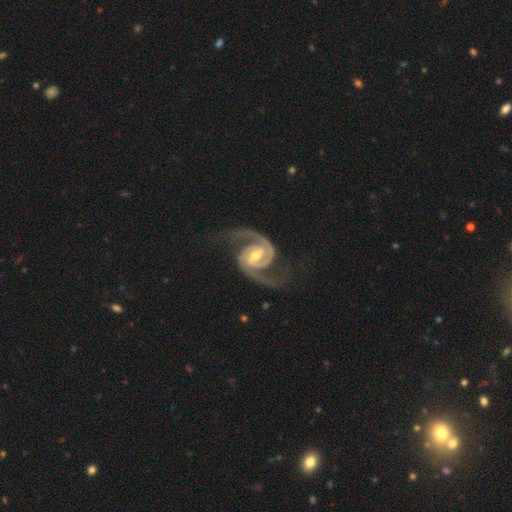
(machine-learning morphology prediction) This appears to be a featured or disk galaxy (94%) with a weak bar (51%), 2 (93%) medium (58%) spiral arms (99%) and a moderate central bulge (66%). Merging: none (74%).